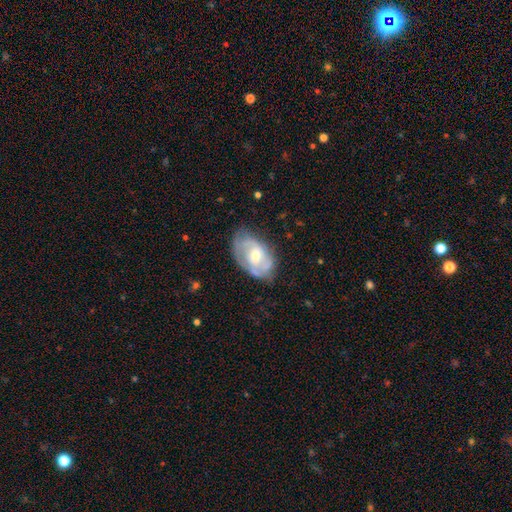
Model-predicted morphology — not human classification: type=featured or disk (68%); edge-on=no (95%); bar=no (56%); spiral arms=yes (75%); bulge=moderate (58%); merging=none (59%).